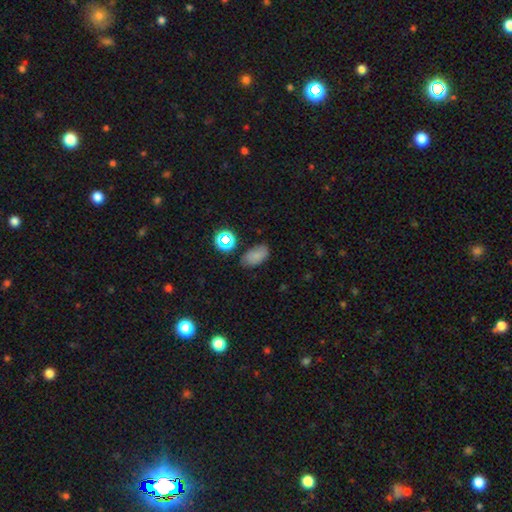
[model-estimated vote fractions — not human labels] This is likely a smooth galaxy (73%). How rounded: clearly in between (90%). Merging: likely none (74%).